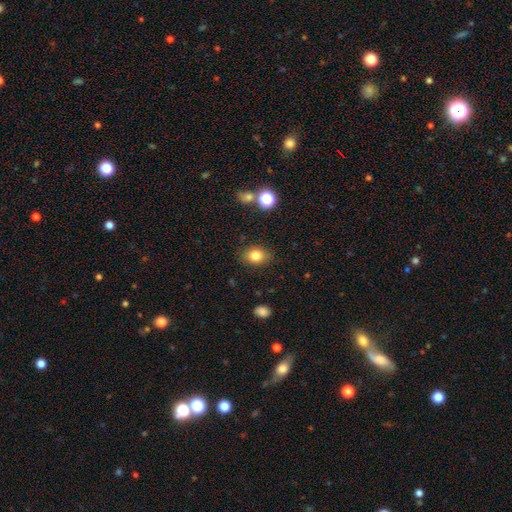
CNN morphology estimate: Q: Smooth or featured?
A: smooth (82%); runner-up: star or artifact (10%)
Q: How rounded?
A: in between (60%); runner-up: round (39%)
Q: Merging?
A: none (84%); runner-up: minor disturbance (11%)